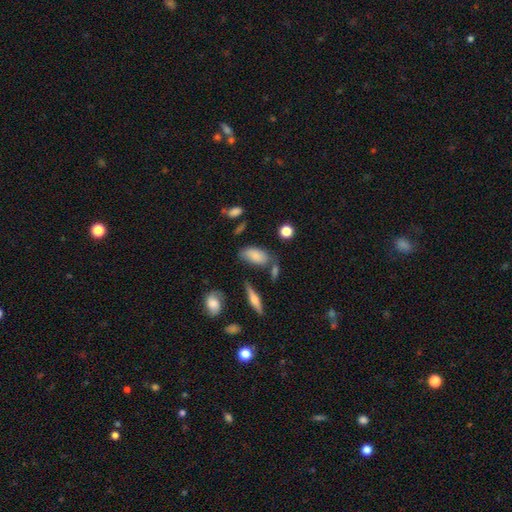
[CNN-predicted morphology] A smooth galaxy with no disk features (79%) that is in between round and cigar-shaped (90%). Merging: none (63%).